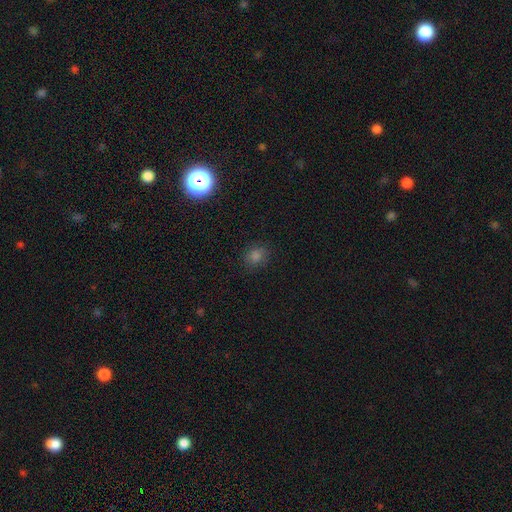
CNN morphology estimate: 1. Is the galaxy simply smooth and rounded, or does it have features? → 74% smooth, 21% star or artifact, 5% featured or disk.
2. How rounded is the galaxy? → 74% round, 25% in between, 1% cigar-shaped.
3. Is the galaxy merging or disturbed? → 87% none, 9% minor disturbance, 2% major disturbance, 1% merger.